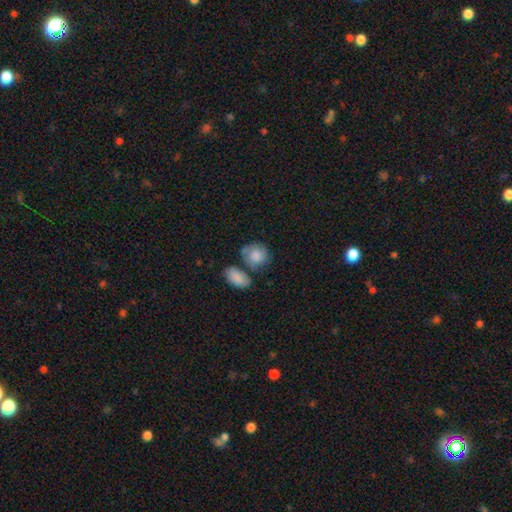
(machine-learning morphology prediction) Smooth or featured: smooth — 76% (featured or disk — 17%)
How rounded: round — 60% (in between — 39%)
Merging: none — 47% (merger — 25%)